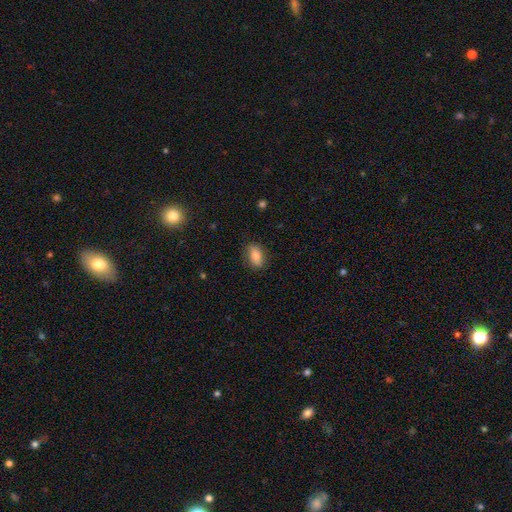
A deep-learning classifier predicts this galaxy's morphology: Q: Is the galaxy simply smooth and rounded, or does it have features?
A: smooth — 76%.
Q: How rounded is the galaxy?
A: in between — 83%.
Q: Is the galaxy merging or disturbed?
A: none — 84%.